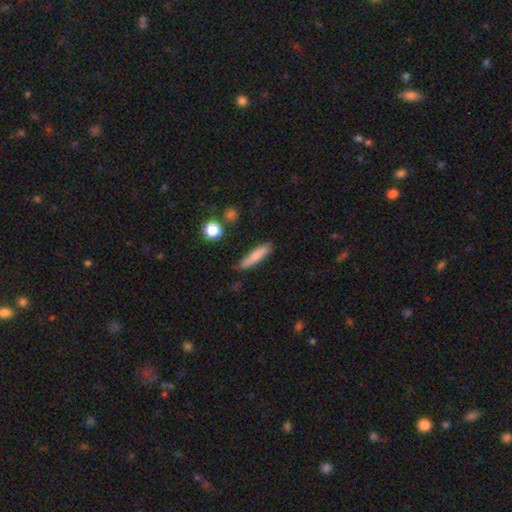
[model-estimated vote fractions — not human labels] smooth_or_featured: smooth (p=0.78) [alt: featured or disk p=0.15]
how_rounded: cigar-shaped (p=0.82) [alt: in between p=0.16]
merging: none (p=0.78) [alt: minor disturbance p=0.15]